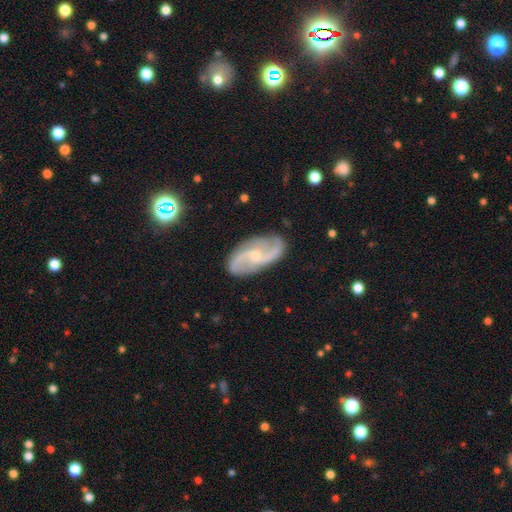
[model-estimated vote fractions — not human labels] The model was most divided on "bar": no: 50%, weak: 37%, strong: 12%. More confident: spiral arms — yes (96%); edge-on disk — no (95%); spiral arm count — 2 (88%); smooth or featured — featured or disk (87%); merging — none (82%); bulge size — small (71%); spiral winding — loose (55%).